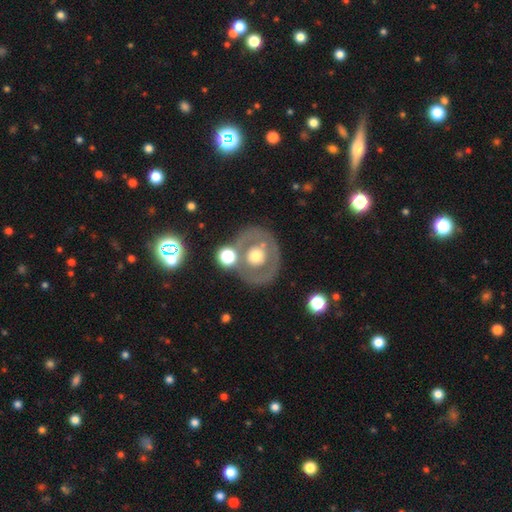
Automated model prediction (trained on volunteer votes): Q: Smooth or featured?
A: featured or disk (54%); runner-up: smooth (38%)
Q: Edge-on disk?
A: no (95%); runner-up: yes (5%)
Q: Bar?
A: no (89%); runner-up: weak (8%)
Q: Spiral arms?
A: no (88%); runner-up: yes (12%)
Q: Bulge size?
A: moderate (60%); runner-up: large (28%)
Q: Merging?
A: none (71%); runner-up: minor disturbance (12%)